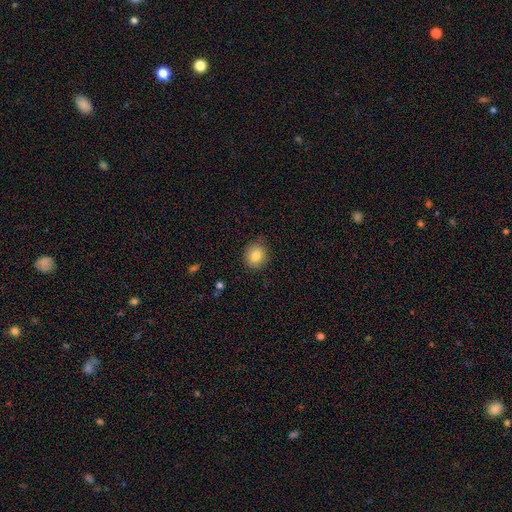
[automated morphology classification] Q: Smooth or featured?
A: smooth (83%); runner-up: star or artifact (9%)
Q: How rounded?
A: round (80%); runner-up: in between (19%)
Q: Merging?
A: none (84%); runner-up: minor disturbance (12%)